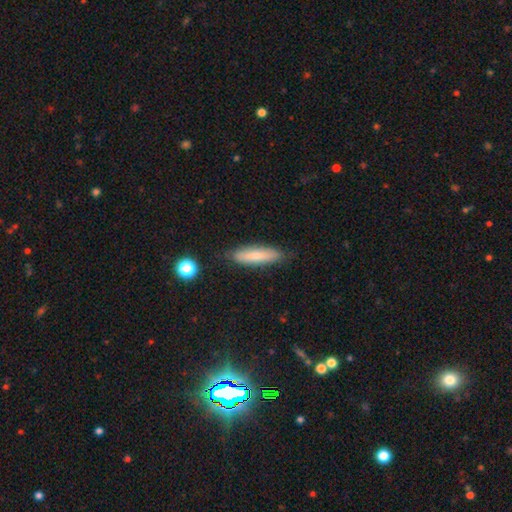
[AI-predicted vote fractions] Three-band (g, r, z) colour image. It shows a smooth galaxy with no disk features (72%) that is cigar-shaped (72%). Merging: none (82%).